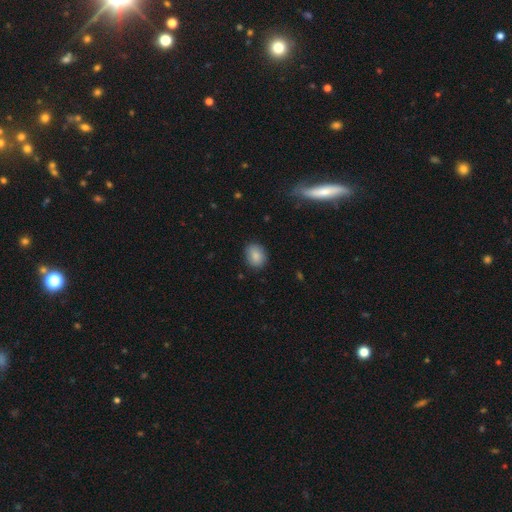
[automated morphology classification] smooth_or_featured: smooth (p=0.85) [alt: star or artifact p=0.08]
how_rounded: round (p=0.52) [alt: in between p=0.47]
merging: none (p=0.86) [alt: minor disturbance p=0.11]